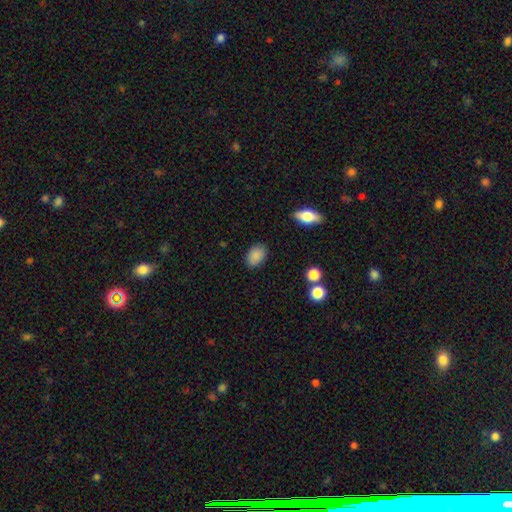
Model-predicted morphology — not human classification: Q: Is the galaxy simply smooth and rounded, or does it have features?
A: smooth — 87%.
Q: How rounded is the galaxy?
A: in between — 80%.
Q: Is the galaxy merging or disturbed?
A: none — 83%.